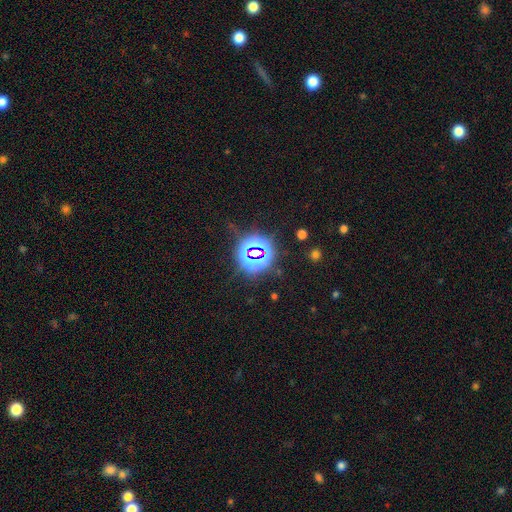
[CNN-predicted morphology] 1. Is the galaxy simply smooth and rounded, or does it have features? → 77% star or artifact, 15% smooth, 8% featured or disk.